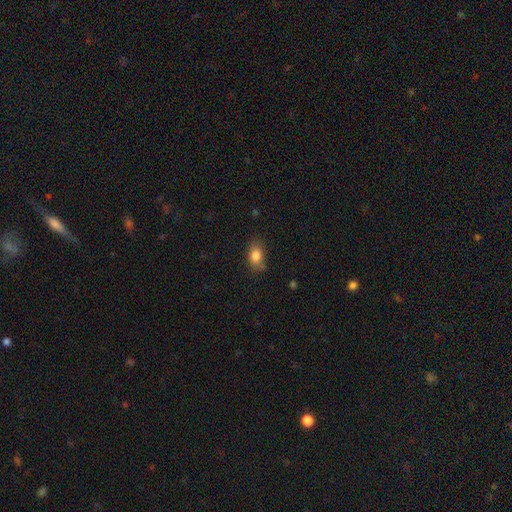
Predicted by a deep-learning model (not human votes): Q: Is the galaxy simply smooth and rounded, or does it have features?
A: smooth — 83%.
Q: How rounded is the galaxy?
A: in between — 79%.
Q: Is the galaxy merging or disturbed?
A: none — 72%.